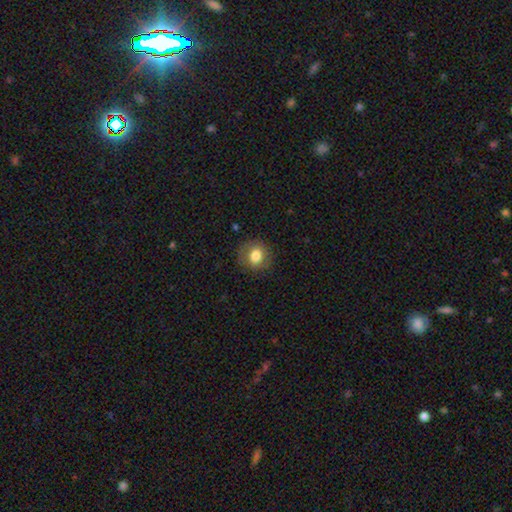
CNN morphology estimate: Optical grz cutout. It shows a smooth galaxy with no disk features (77%) that is round (83%). Merging: none (83%).